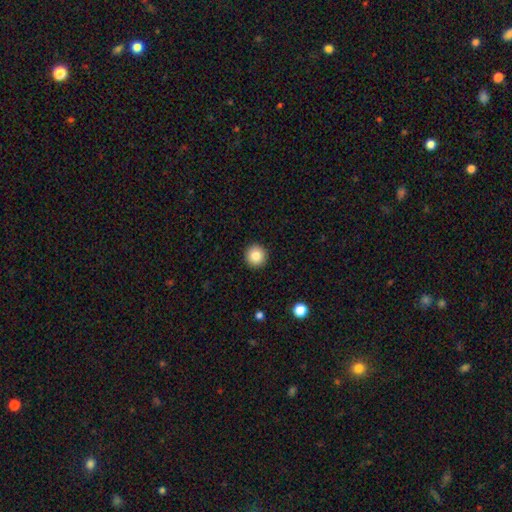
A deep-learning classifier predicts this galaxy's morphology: This appears to be a smooth galaxy with no disk features (84%) that is round (95%). Merging: none (93%).